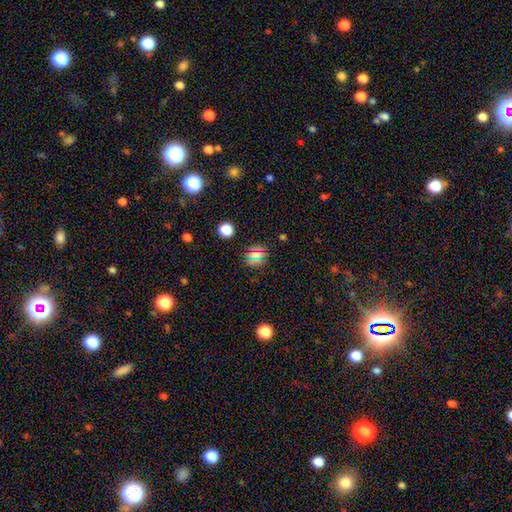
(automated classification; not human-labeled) Smooth or featured: smooth — 53% (star or artifact — 38%)
How rounded: round — 81% (in between — 17%)
Merging: none — 83% (minor disturbance — 9%)